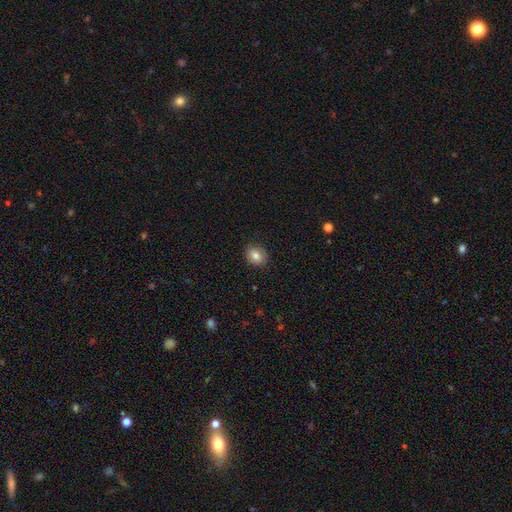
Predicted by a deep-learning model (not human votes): This is clearly a smooth galaxy (80%). How rounded: likely round (63%). Merging: clearly none (88%).